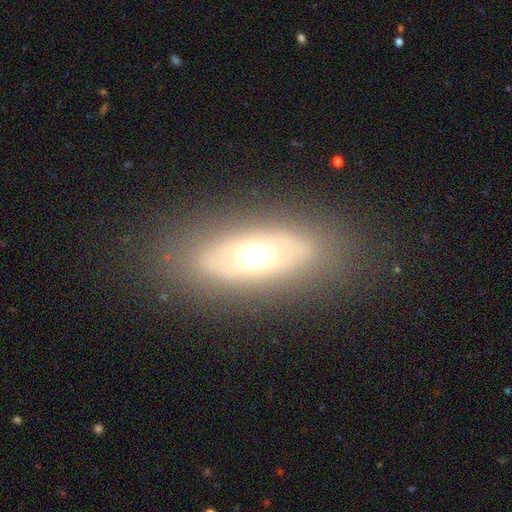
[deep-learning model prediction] Morphology: type=featured or disk (46%); merging=none (83%).